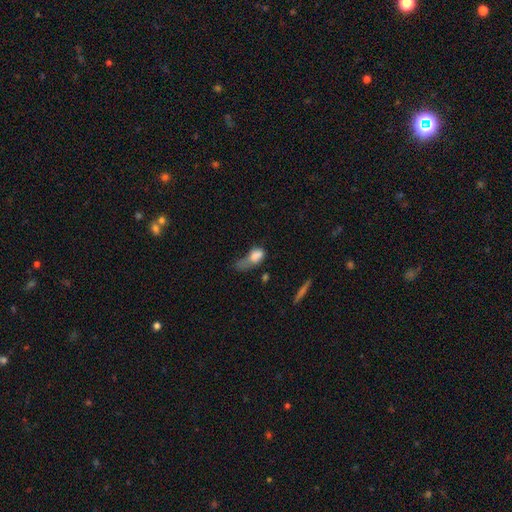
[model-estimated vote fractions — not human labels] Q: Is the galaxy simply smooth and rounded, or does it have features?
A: smooth — 71%.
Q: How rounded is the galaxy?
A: in between — 79%.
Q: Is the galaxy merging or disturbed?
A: major disturbance — 52%.